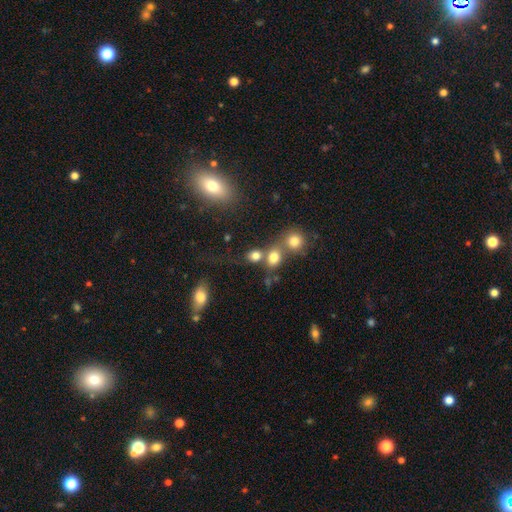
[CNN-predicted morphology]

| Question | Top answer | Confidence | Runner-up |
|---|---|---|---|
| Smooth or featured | smooth | 77% | star or artifact (14%) |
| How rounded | round | 59% | in between (39%) |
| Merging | none | 46% | merger (36%) |